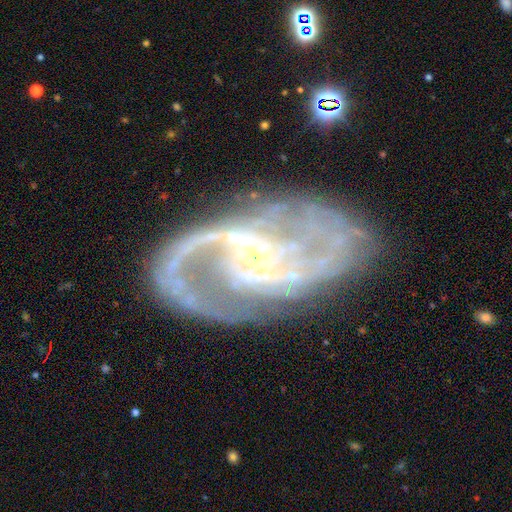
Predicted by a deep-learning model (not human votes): This is clearly a featured or disk galaxy (89%). It is clearly not viewed edge-on (97%). Bar: possibly weak (47%). Spiral arm pattern: clearly yes (94%). Spiral arm count: likely 2 (68%). Spiral winding: marginally medium (44%). Central bulge: possibly small (60%). Merging: likely none (64%).